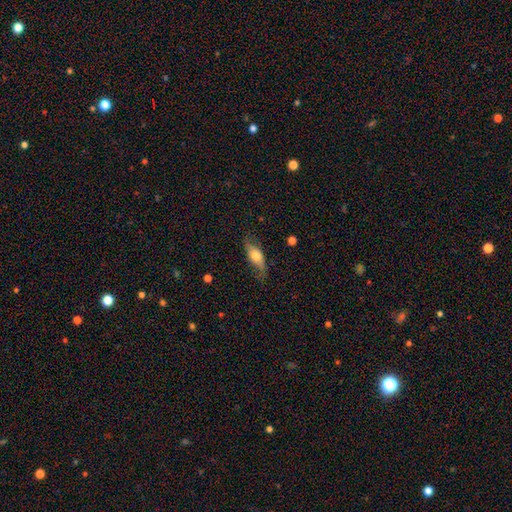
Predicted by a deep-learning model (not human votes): Smooth or featured?
  - smooth: 55% *
  - featured or disk: 38%
  - star or artifact: 7%
How rounded?
  - in between: 73% *
  - cigar-shaped: 23%
  - round: 4%
Merging?
  - none: 67% *
  - minor disturbance: 23%
  - major disturbance: 8%
  - merger: 1%